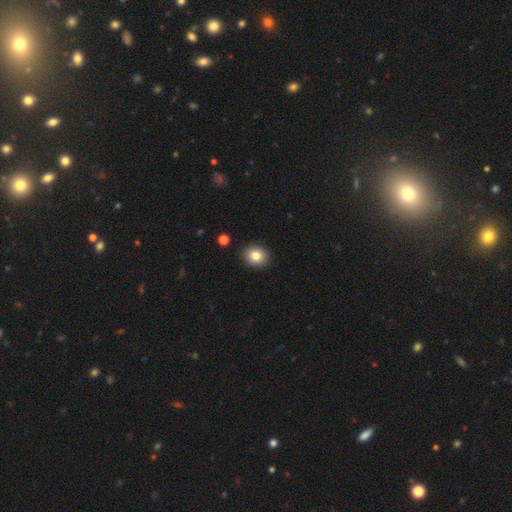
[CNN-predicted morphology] A smooth galaxy with no disk features (83%) that is round (67%). Merging: none (90%).